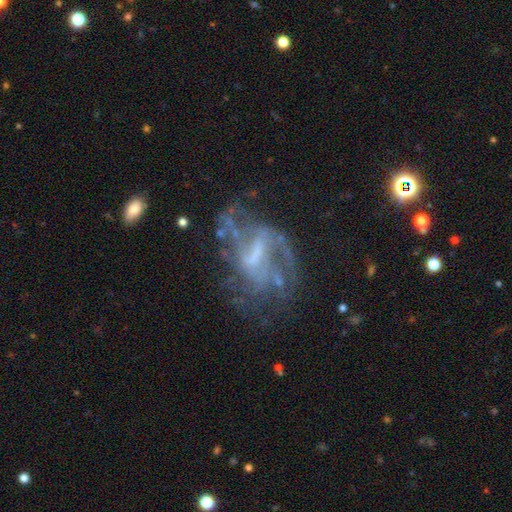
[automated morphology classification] This appears to be a featured or disk galaxy (80%) with a weak bar (48%), medium (43%) spiral arms (77%) and no central bulge (39%). Merging: none (47%).